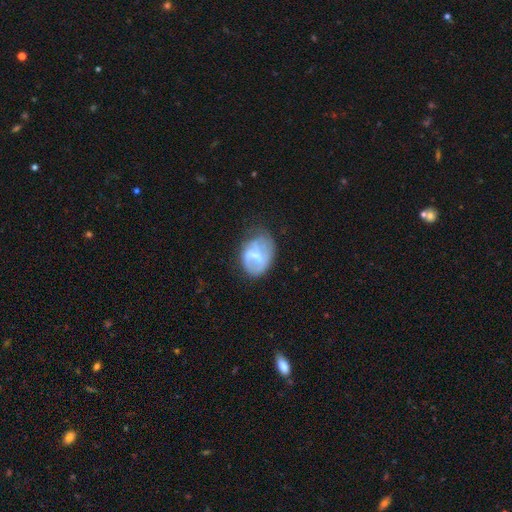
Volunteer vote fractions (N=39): Smooth or featured? 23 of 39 (59%) said featured or disk. Edge-on disk? 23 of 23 (100%) said no. Bar? 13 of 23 (57%) said weak. Spiral arms? 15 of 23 (65%) said yes. Spiral winding? 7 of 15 (47%) said medium. Spiral arm count? 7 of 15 (47%) said 1. Bulge size? 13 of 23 (57%) said small. Merging? 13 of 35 (37%) said major disturbance.